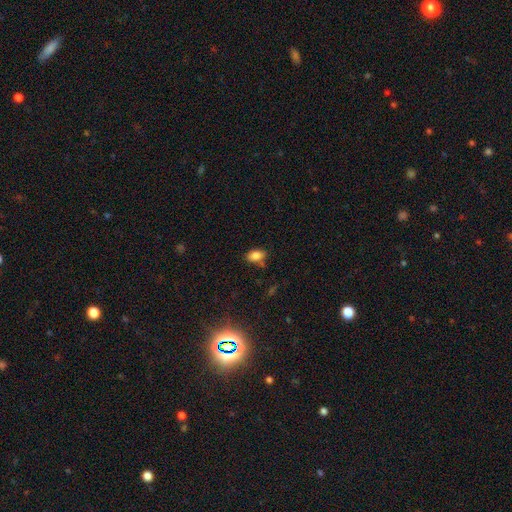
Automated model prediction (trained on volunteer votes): A smooth galaxy with no disk features (83%) that is in between round and cigar-shaped (89%).

Vote fractions:
- Smooth or featured? smooth: 83% / star or artifact: 10% / featured or disk: 7%
- How rounded? in between: 89% / round: 8% / cigar-shaped: 3%
- Merging? none: 72% / minor disturbance: 19% / merger: 5% / major disturbance: 4%